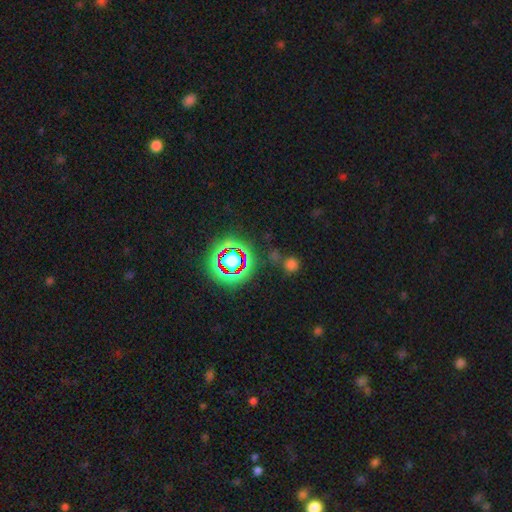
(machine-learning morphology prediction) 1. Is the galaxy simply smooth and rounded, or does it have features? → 73% star or artifact, 17% smooth, 10% featured or disk.